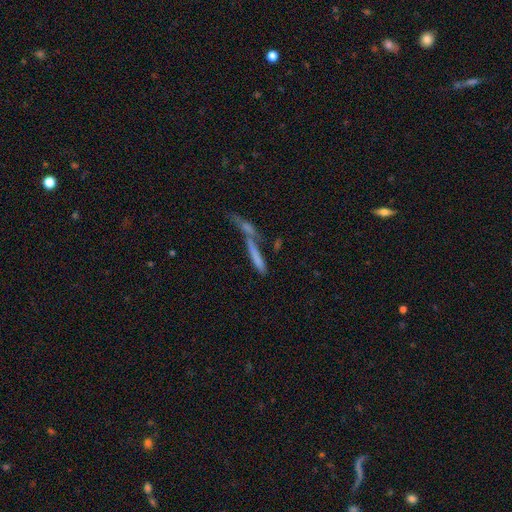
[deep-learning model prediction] Smooth or featured: smooth — 57% (featured or disk — 30%)
How rounded: cigar-shaped — 87% (in between — 11%)
Merging: merger — 49% (none — 35%)